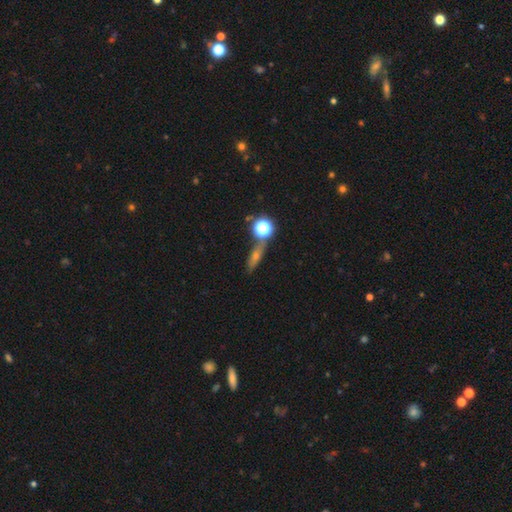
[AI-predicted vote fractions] Smooth or featured? Predicted: smooth (p=0.37). Merging? Predicted: none (p=0.66).